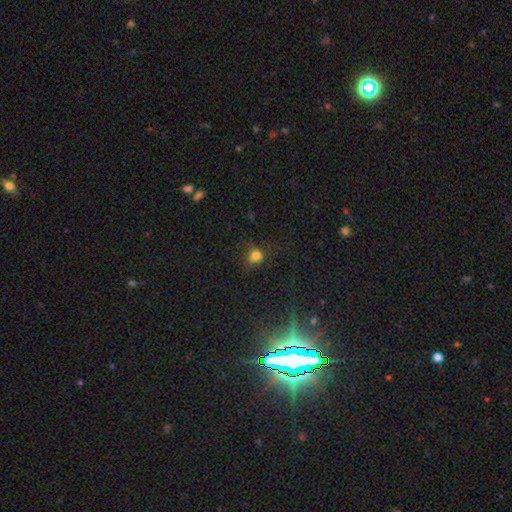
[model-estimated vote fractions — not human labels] A smooth galaxy with no disk features (77%) that is round (80%).

Vote fractions:
- Smooth or featured? smooth: 77% / star or artifact: 17% / featured or disk: 6%
- How rounded? round: 80% / in between: 19% / cigar-shaped: 1%
- Merging? none: 74% / minor disturbance: 16% / major disturbance: 8% / merger: 2%